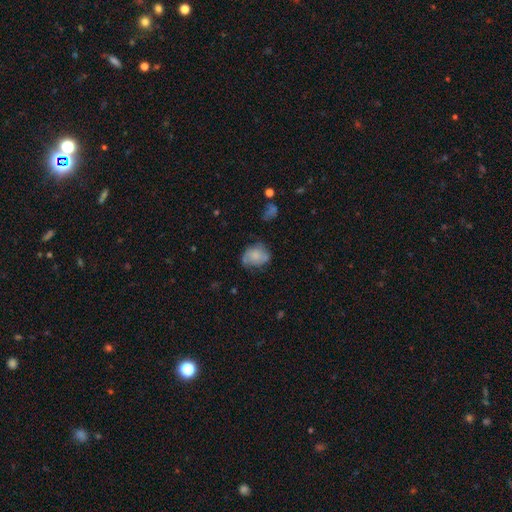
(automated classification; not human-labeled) Q: Smooth or featured?
A: smooth (65%); runner-up: featured or disk (26%)
Q: How rounded?
A: round (50%); runner-up: in between (49%)
Q: Merging?
A: none (52%); runner-up: minor disturbance (31%)